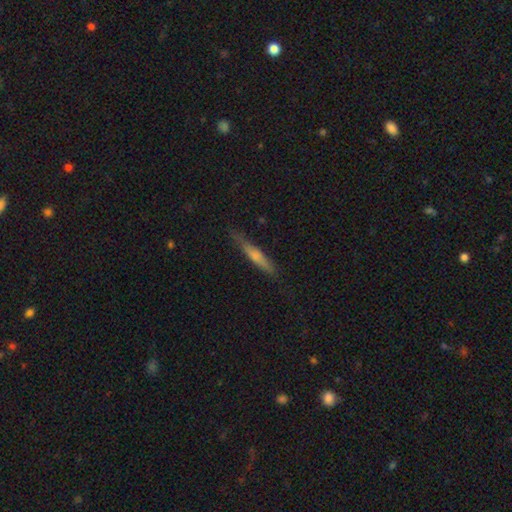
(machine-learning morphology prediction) This is possibly a smooth galaxy (60%). How rounded: clearly cigar-shaped (91%). Merging: likely none (77%).